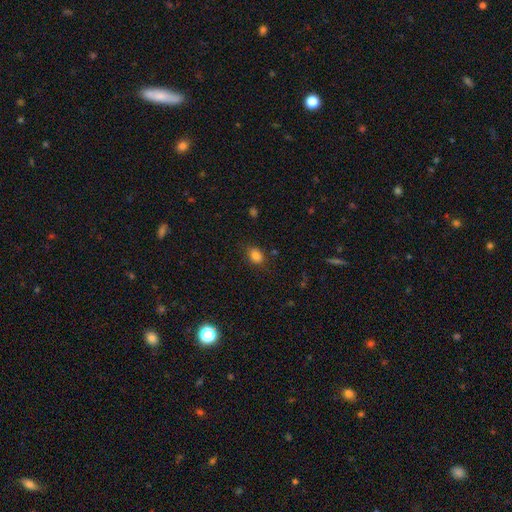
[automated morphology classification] Smooth or featured? Predicted: smooth (p=0.84). How rounded? Predicted: in between (p=0.63). Merging? Predicted: none (p=0.80).